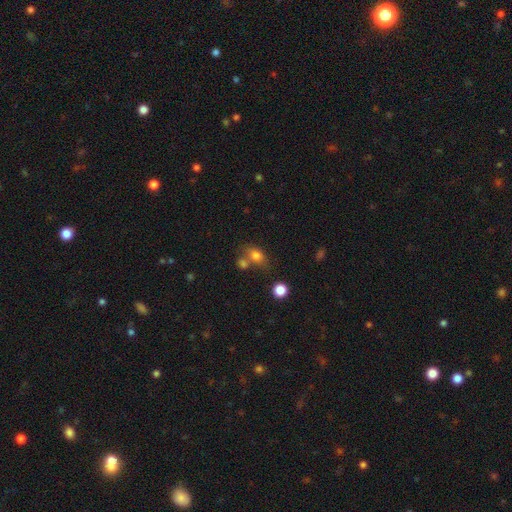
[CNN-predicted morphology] smooth-or-featured: smooth: 76% | star or artifact: 12% | featured or disk: 11%
  how-rounded: in between: 65% | round: 33% | cigar-shaped: 2%
  merging: none: 48% | merger: 31% | minor disturbance: 14% | major disturbance: 6%